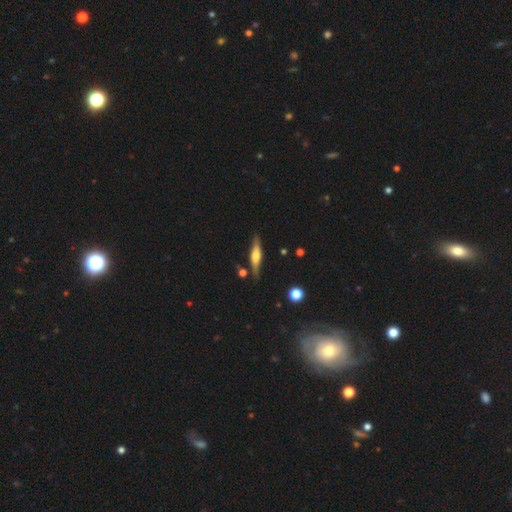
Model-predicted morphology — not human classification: smooth_or_featured: featured or disk (p=0.54) [alt: smooth p=0.40]
disk_edge_on: yes (p=0.92) [alt: no p=0.08]
merging: none (p=0.80) [alt: minor disturbance p=0.13]